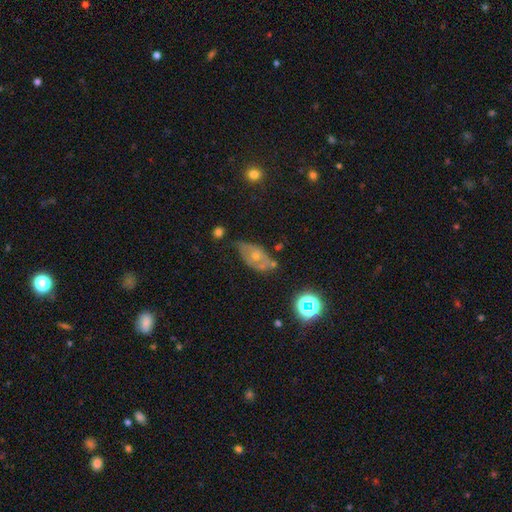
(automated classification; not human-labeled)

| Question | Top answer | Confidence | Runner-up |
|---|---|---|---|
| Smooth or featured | featured or disk | 52% | smooth (34%) |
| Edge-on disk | no | 89% | yes (11%) |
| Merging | none | 43% | minor disturbance (36%) |